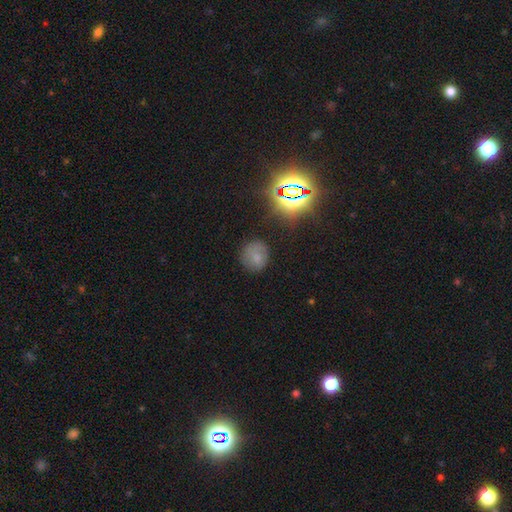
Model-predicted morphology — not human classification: Q: Smooth or featured?
A: smooth (62%); runner-up: star or artifact (23%)
Q: How rounded?
A: round (79%); runner-up: in between (20%)
Q: Merging?
A: none (74%); runner-up: minor disturbance (17%)